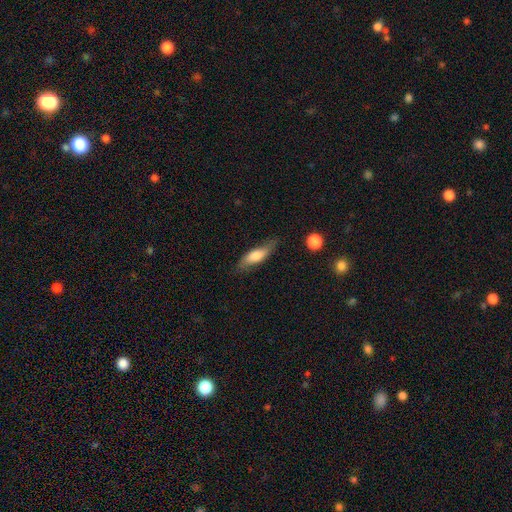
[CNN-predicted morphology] A smooth galaxy with no disk features (66%) that is in between round and cigar-shaped (51%). Merging: none (71%).